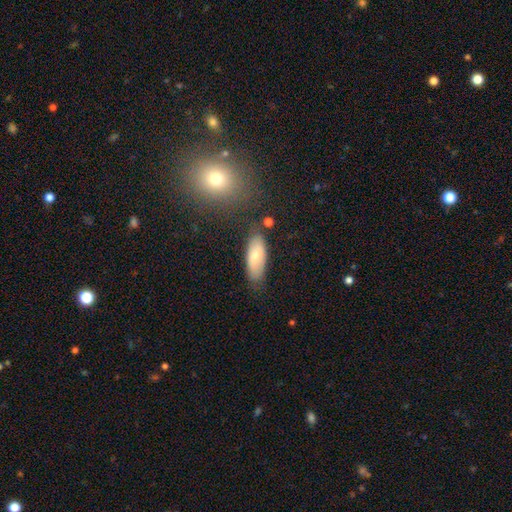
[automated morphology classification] smooth-or-featured: smooth: 71% | featured or disk: 22% | star or artifact: 7%
  how-rounded: in between: 78% | cigar-shaped: 20% | round: 2%
  merging: none: 77% | minor disturbance: 15% | merger: 4% | major disturbance: 4%